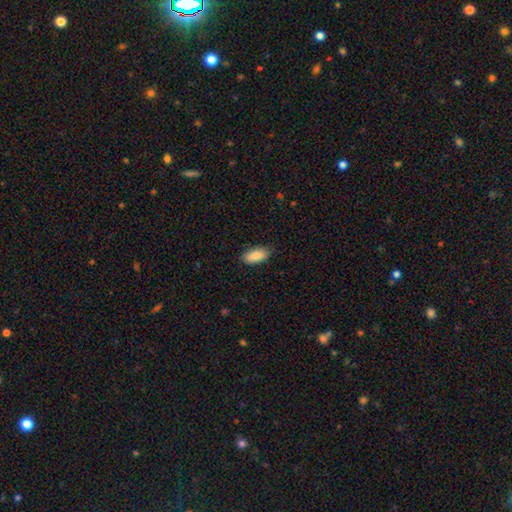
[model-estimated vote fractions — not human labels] The model was most divided on "merging": none: 86%, minor disturbance: 11%, major disturbance: 2%, merger: 1%. More confident: how rounded — in between (91%); smooth or featured — smooth (88%).